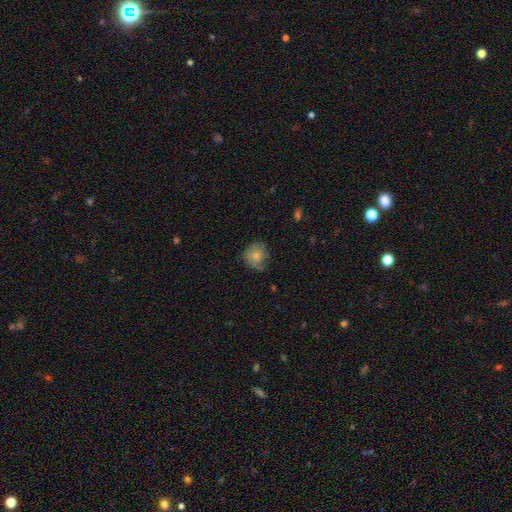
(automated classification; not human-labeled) This appears to be a smooth galaxy with no disk features (77%) that is round (81%). Merging: none (64%).